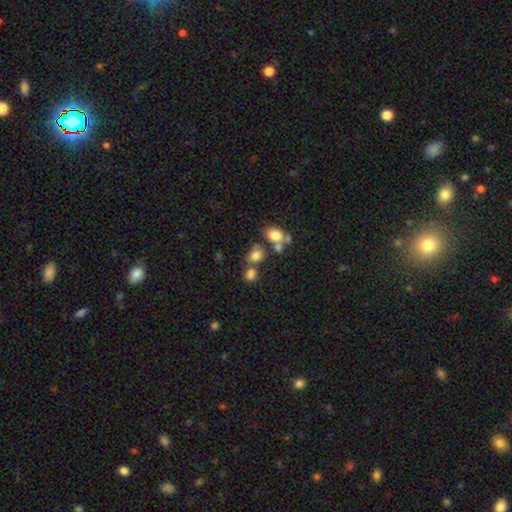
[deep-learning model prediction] smooth-or-featured: smooth: 76% | star or artifact: 14% | featured or disk: 10%
  how-rounded: round: 53% | in between: 46% | cigar-shaped: 1%
  merging: none: 48% | merger: 34% | minor disturbance: 12% | major disturbance: 7%